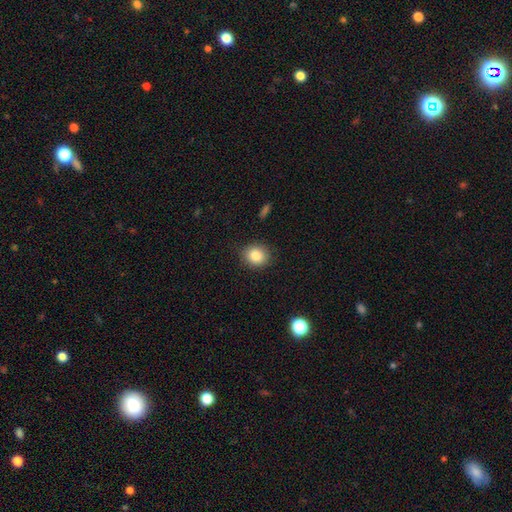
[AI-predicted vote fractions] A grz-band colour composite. It shows a smooth galaxy with no disk features (83%) that is round (78%). Merging: none (86%).